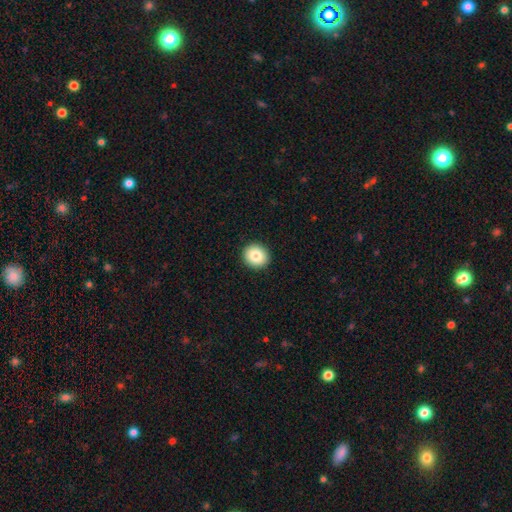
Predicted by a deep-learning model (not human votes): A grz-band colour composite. It shows a smooth galaxy with no disk features (84%) that is round (88%). Merging: none (93%).